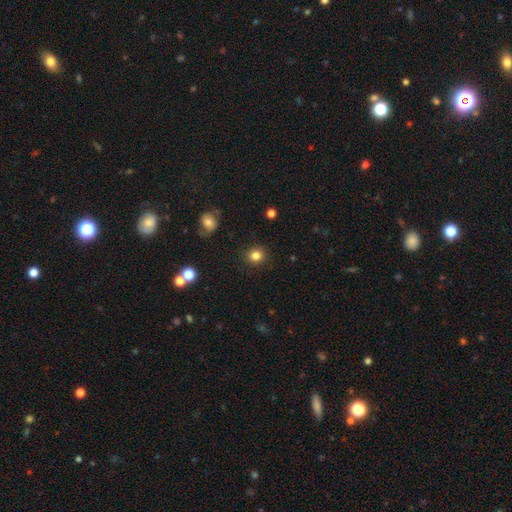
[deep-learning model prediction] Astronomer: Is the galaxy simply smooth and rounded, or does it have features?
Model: smooth — 84%.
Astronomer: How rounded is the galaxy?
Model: round — 88%.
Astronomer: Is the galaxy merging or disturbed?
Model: none — 90%.